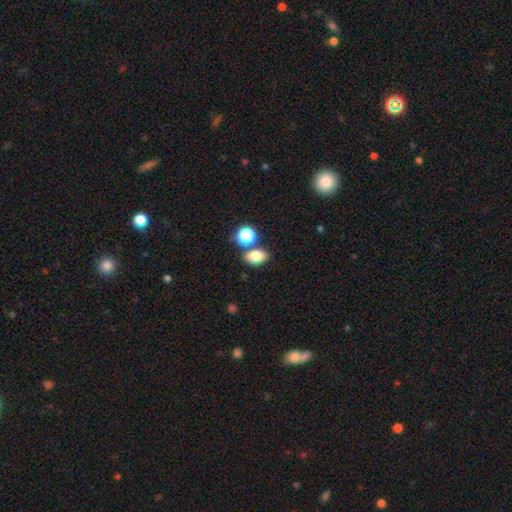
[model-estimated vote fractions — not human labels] This is likely a smooth galaxy (80%). How rounded: likely in between (77%). Merging: likely none (71%).